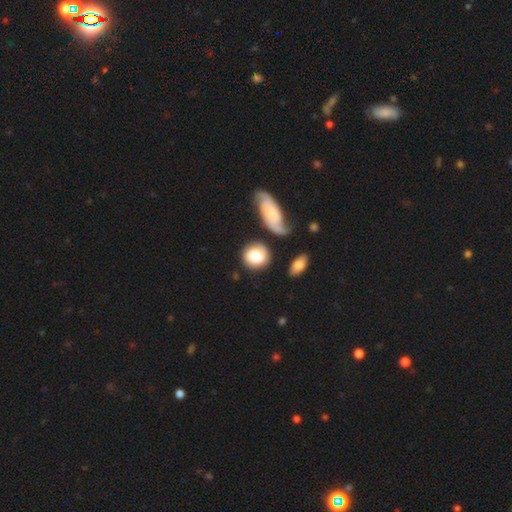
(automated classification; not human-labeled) A smooth galaxy with no disk features (74%) that is round (77%). Merging: none (60%).